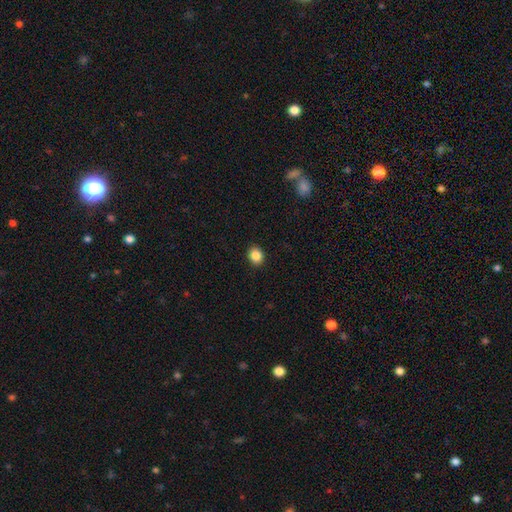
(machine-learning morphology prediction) Smooth or featured: smooth — 86% (star or artifact — 10%)
How rounded: round — 64% (in between — 35%)
Merging: none — 91% (minor disturbance — 6%)